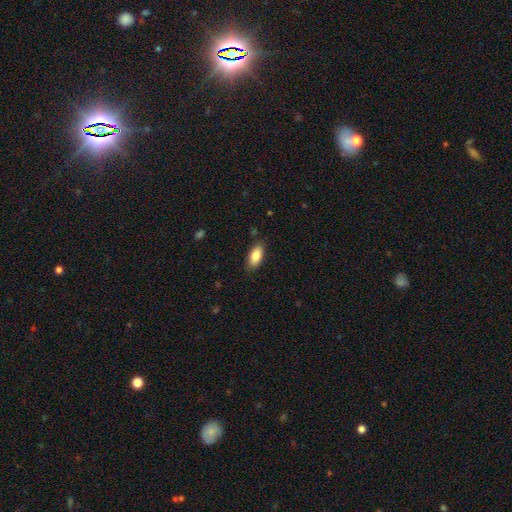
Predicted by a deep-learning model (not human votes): A smooth galaxy with no disk features (85%) that is in between round and cigar-shaped (90%).

Vote fractions:
- Smooth or featured? smooth: 85% / featured or disk: 8% / star or artifact: 7%
- How rounded? in between: 90% / cigar-shaped: 7% / round: 3%
- Merging? none: 85% / minor disturbance: 12% / major disturbance: 2% / merger: 1%